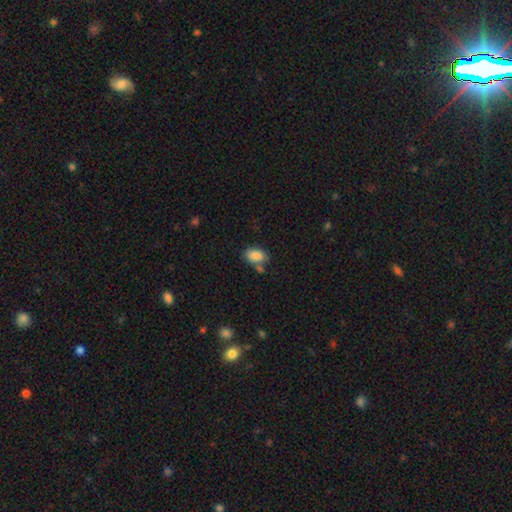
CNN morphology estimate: Q: Smooth or featured?
A: smooth (86%); runner-up: star or artifact (8%)
Q: How rounded?
A: in between (89%); runner-up: round (9%)
Q: Merging?
A: none (60%); runner-up: minor disturbance (18%)